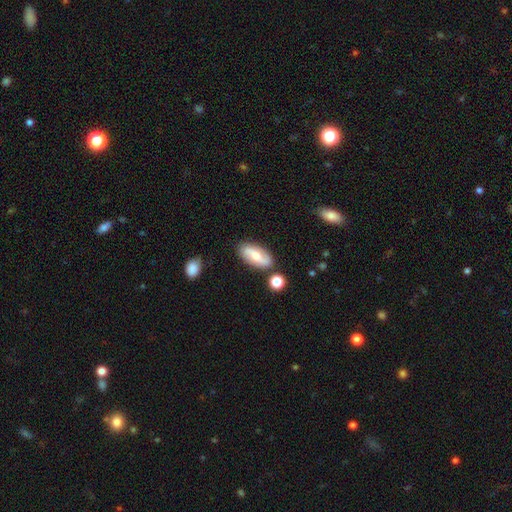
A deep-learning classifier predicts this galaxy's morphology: type=smooth (51%); roundness=in between (84%); merging=none (81%).